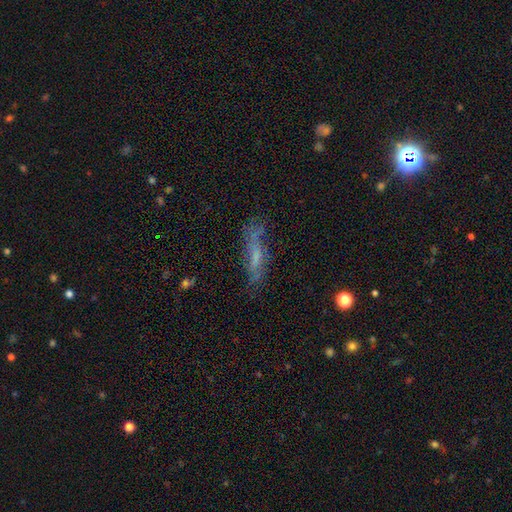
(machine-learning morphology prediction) This appears to be a featured or disk galaxy (49%). Merging: none (57%).